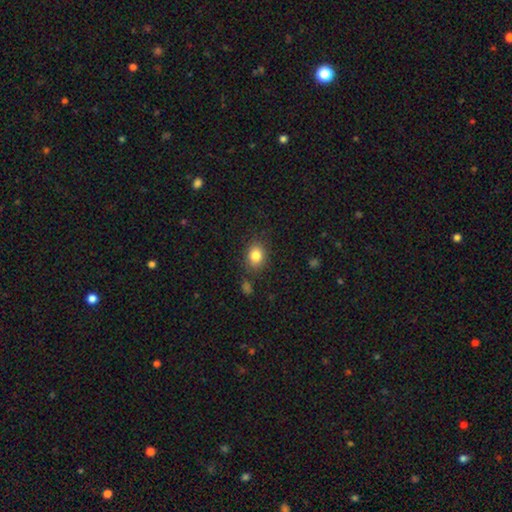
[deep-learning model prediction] The model was most divided on "how rounded": round: 51%, in between: 48%, cigar-shaped: 1%. More confident: smooth or featured — smooth (83%); merging — none (82%).